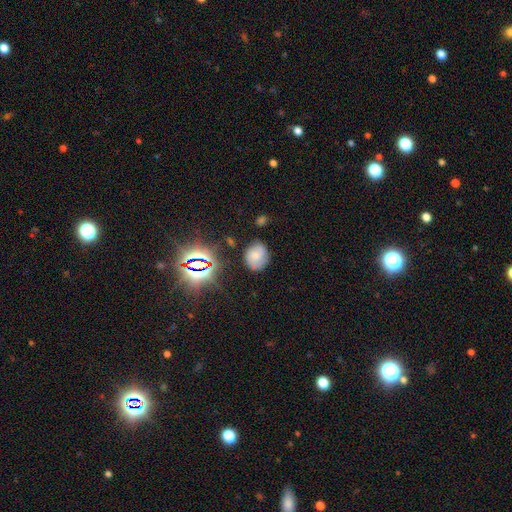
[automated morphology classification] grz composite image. It shows a smooth galaxy with no disk features (60%) that is round (61%). Merging: none (72%).